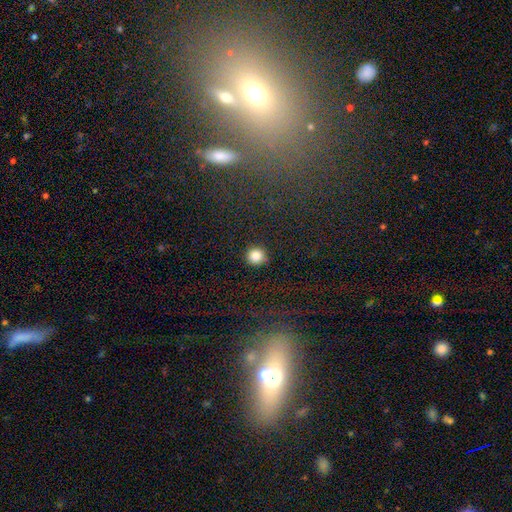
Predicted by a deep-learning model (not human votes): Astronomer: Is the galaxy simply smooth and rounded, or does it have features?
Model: smooth — 83%.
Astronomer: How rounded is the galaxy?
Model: round — 95%.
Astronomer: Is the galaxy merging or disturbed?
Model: none — 91%.